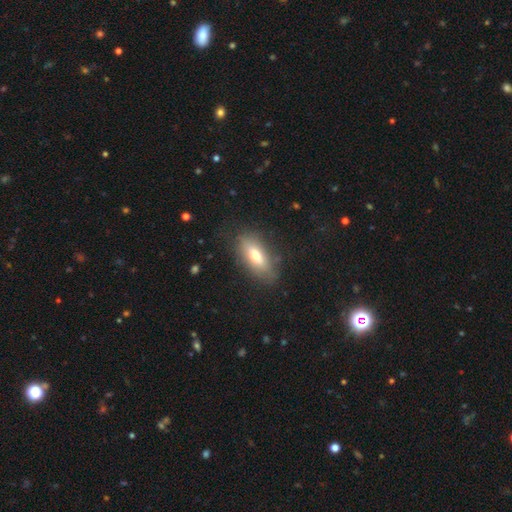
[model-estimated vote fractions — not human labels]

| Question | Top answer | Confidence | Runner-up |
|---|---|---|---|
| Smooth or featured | smooth | 65% | featured or disk (27%) |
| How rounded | in between | 77% | cigar-shaped (19%) |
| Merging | none | 77% | minor disturbance (16%) |